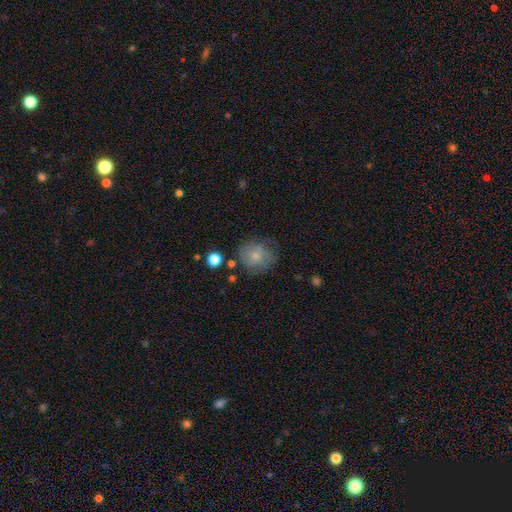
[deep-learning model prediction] smooth 68%, featured or disk 23%, star or artifact 9%. Down the decision tree: how rounded — round (79%); merging — none (61%).